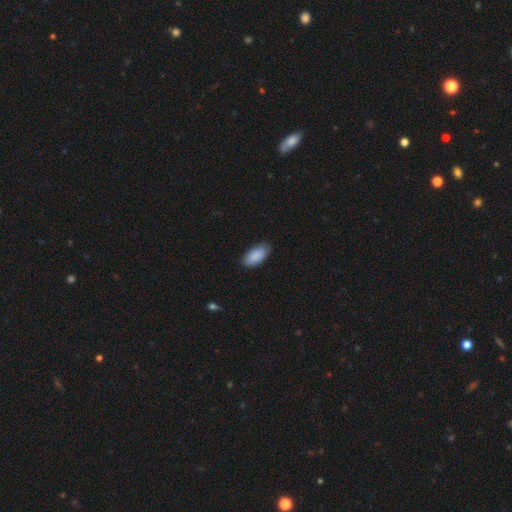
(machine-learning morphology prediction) smooth 89%, star or artifact 6%, featured or disk 5%. Down the decision tree: how rounded — in between (93%); merging — none (84%).